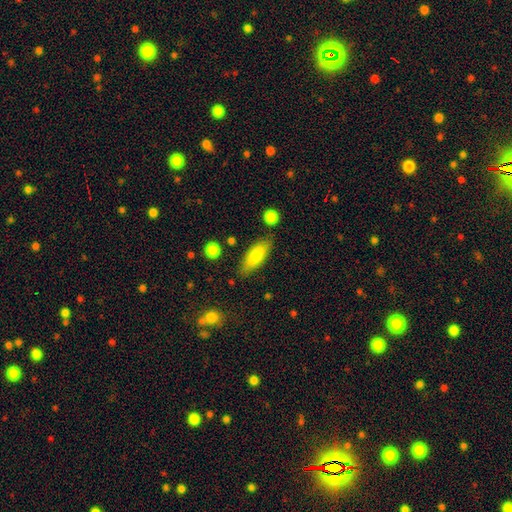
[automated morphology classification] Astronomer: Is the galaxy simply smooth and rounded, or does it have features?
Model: smooth — 80%.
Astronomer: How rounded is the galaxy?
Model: in between — 66%.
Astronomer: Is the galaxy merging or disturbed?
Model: none — 79%.